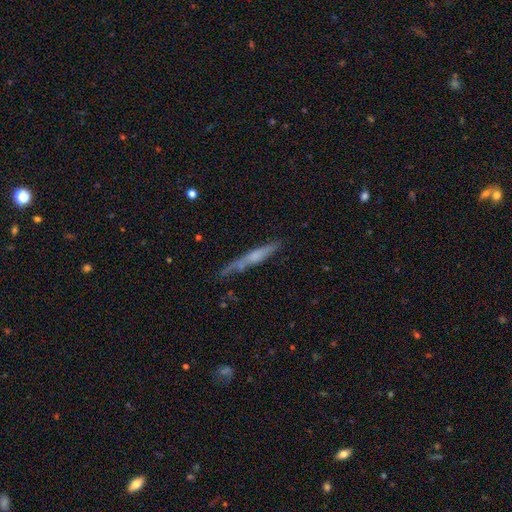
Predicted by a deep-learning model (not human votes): smooth 47%, featured or disk 46%, star or artifact 7%. Down the decision tree: merging — none (63%).